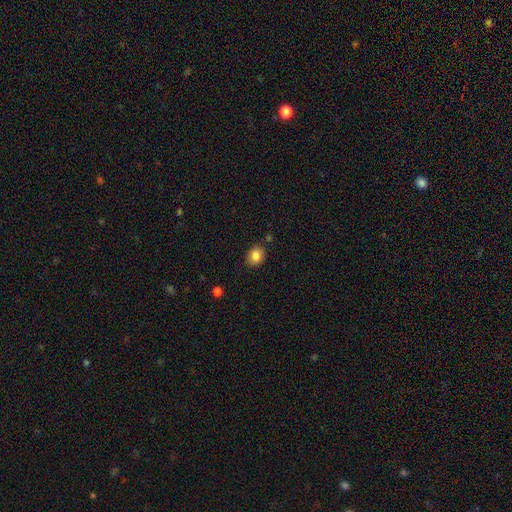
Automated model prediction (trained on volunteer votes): Overall: smooth (83%). How rounded: round (60%; in between 39%). Merging: none (87%).